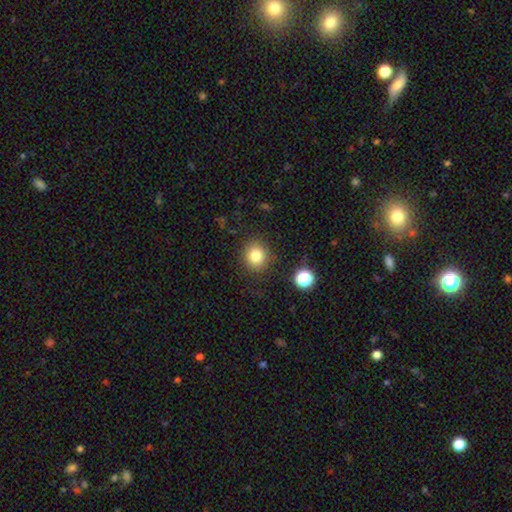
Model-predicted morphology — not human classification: The model was most divided on "smooth or featured": smooth: 80%, star or artifact: 12%, featured or disk: 7%. More confident: merging — none (87%); how rounded — round (85%).